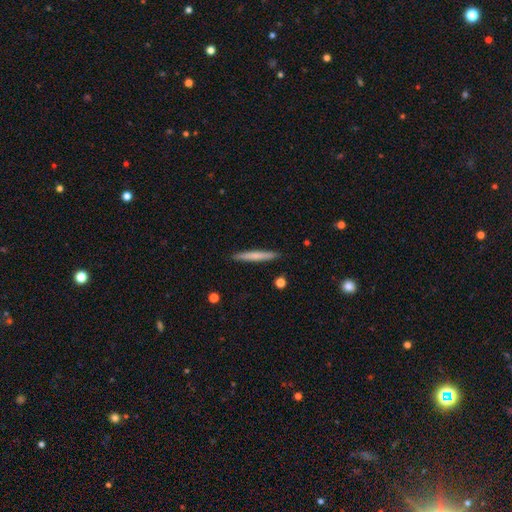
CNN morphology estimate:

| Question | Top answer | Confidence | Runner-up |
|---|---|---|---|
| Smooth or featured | smooth | 68% | featured or disk (26%) |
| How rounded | cigar-shaped | 96% | in between (3%) |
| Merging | none | 91% | minor disturbance (6%) |